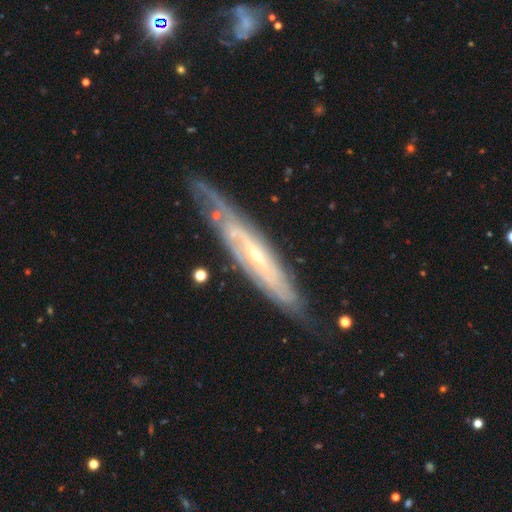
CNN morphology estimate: Smooth or featured? featured or disk (83%)
Edge-on disk? no (59%)
Merging? none (72%)